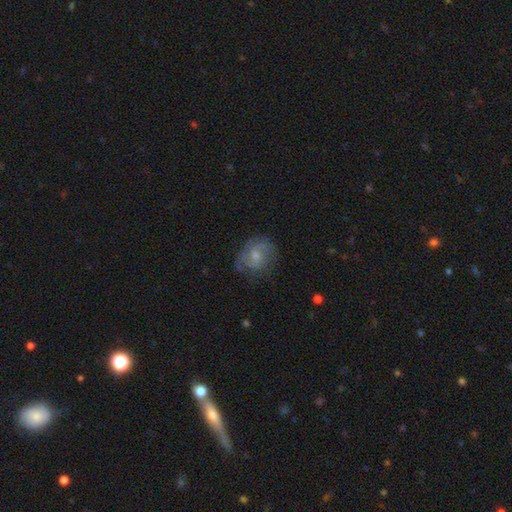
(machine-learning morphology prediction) This appears to be a smooth galaxy with no disk features (49%). Merging: none (60%).